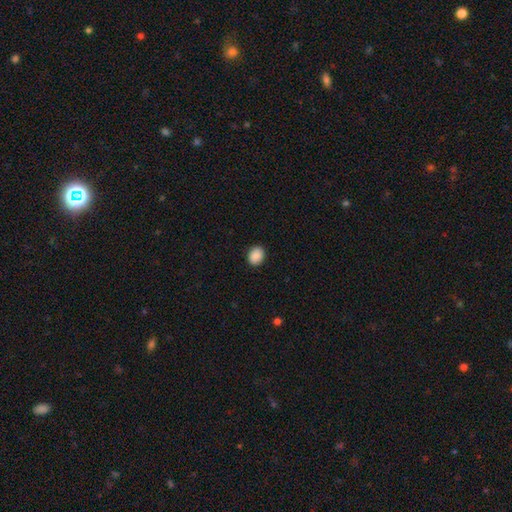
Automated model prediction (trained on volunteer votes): A smooth galaxy with no disk features (90%) that is in between round and cigar-shaped (52%).

Vote fractions:
- Smooth or featured? smooth: 90% / star or artifact: 8% / featured or disk: 2%
- How rounded? in between: 52% / round: 47% / cigar-shaped: 1%
- Merging? none: 90% / minor disturbance: 7% / major disturbance: 2% / merger: 1%